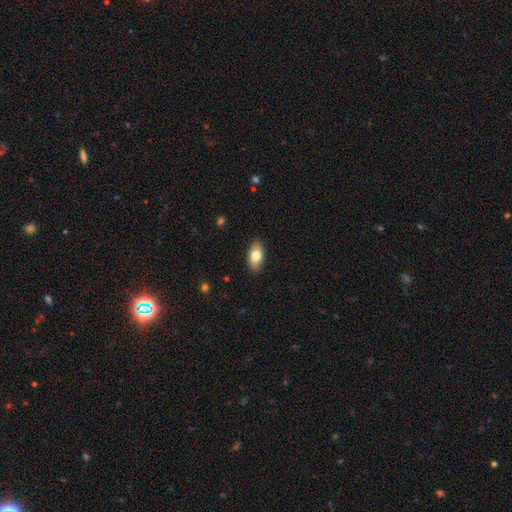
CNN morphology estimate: smooth-or-featured: smooth: 79% | featured or disk: 14% | star or artifact: 7%
  how-rounded: in between: 91% | cigar-shaped: 6% | round: 4%
  merging: none: 89% | minor disturbance: 8% | major disturbance: 2% | merger: 1%